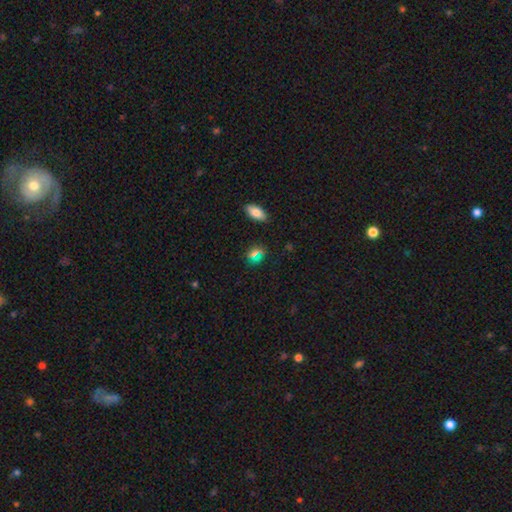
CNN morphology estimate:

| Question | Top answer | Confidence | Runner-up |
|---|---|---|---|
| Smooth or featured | smooth | 59% | star or artifact (30%) |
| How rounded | round | 53% | in between (42%) |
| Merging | none | 82% | minor disturbance (11%) |